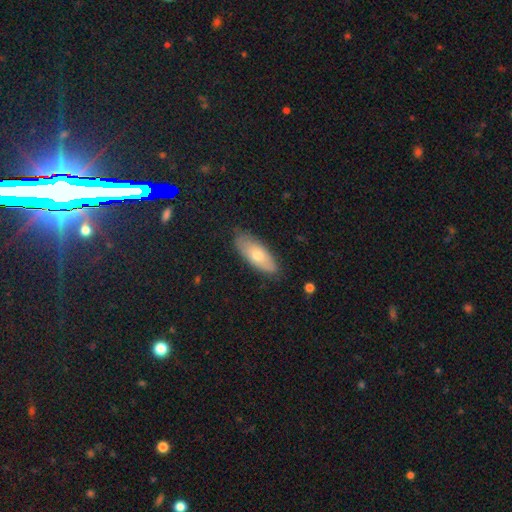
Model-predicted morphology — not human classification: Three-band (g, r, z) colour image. It shows a smooth galaxy with no disk features (60%) that is in between round and cigar-shaped (77%). Merging: none (83%).